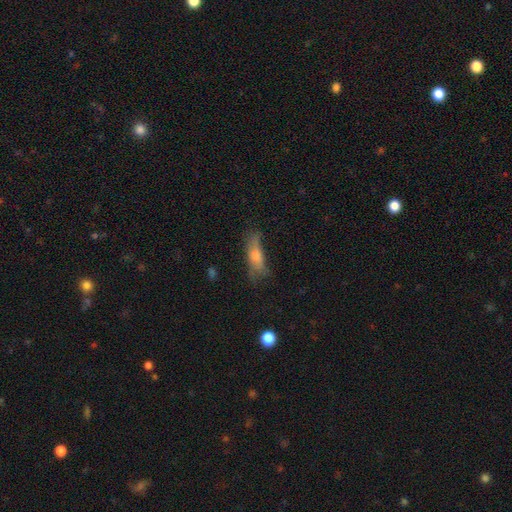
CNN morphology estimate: Q: Smooth or featured?
A: smooth (58%); runner-up: featured or disk (31%)
Q: How rounded?
A: in between (52%); runner-up: cigar-shaped (44%)
Q: Merging?
A: none (46%); runner-up: minor disturbance (29%)